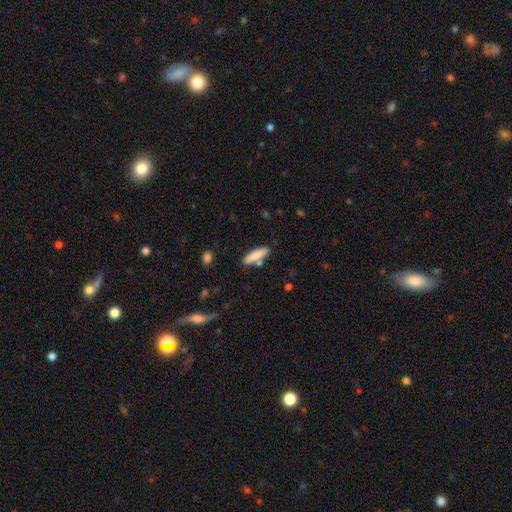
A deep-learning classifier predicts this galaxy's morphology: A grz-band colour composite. It shows a smooth galaxy with no disk features (80%) that is cigar-shaped (65%). Merging: none (78%).